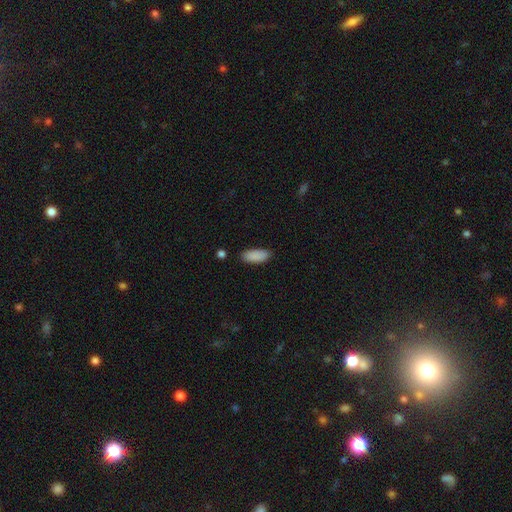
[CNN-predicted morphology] Smooth or featured? Predicted: smooth (p=0.89). How rounded? Predicted: in between (p=0.79). Merging? Predicted: none (p=0.84).